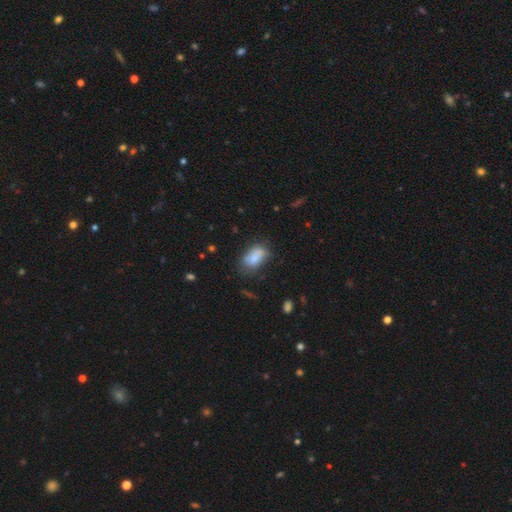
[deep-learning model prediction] This is likely a smooth galaxy (77%). How rounded: clearly in between (88%). Merging: possibly none (55%).